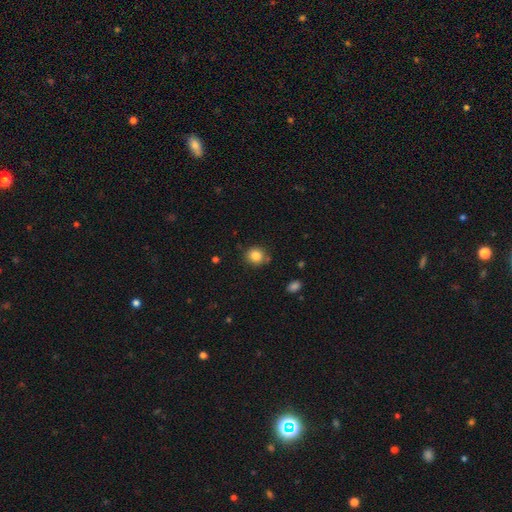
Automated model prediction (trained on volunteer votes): Smooth or featured?
  - smooth: 84% *
  - star or artifact: 10%
  - featured or disk: 6%
How rounded?
  - round: 84% *
  - in between: 15%
  - cigar-shaped: 1%
Merging?
  - none: 81% *
  - minor disturbance: 12%
  - merger: 4%
  - major disturbance: 3%